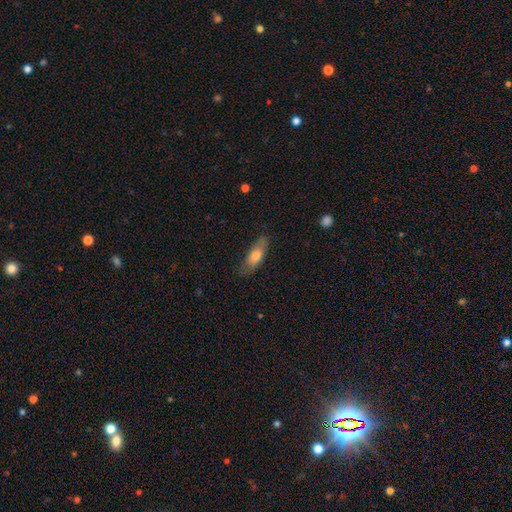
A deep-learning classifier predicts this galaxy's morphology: Smooth or featured?
  - smooth: 66% *
  - featured or disk: 27%
  - star or artifact: 6%
How rounded?
  - in between: 65% *
  - cigar-shaped: 32%
  - round: 3%
Merging?
  - none: 75% *
  - minor disturbance: 20%
  - major disturbance: 4%
  - merger: 1%